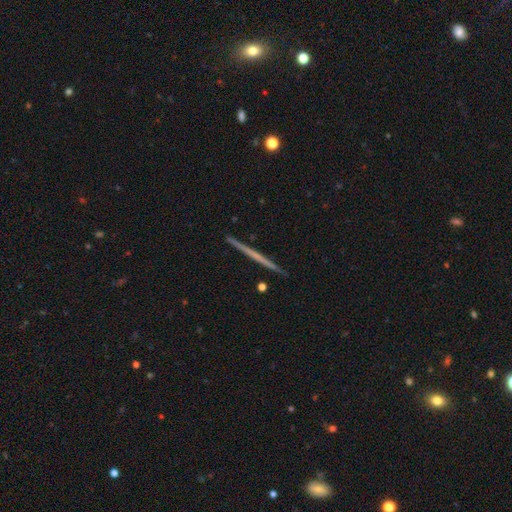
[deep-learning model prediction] Smooth or featured? Predicted: featured or disk (p=0.61). Edge-on disk? Predicted: yes (p=0.98). Edge-on bulge? Predicted: none (p=0.91). Merging? Predicted: none (p=0.93).